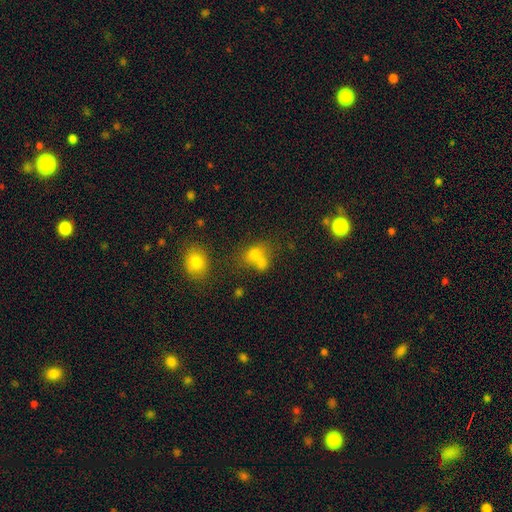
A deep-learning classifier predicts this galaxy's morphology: Smooth or featured: smooth — 72% (star or artifact — 15%)
How rounded: round — 59% (in between — 40%)
Merging: merger — 51% (none — 35%)